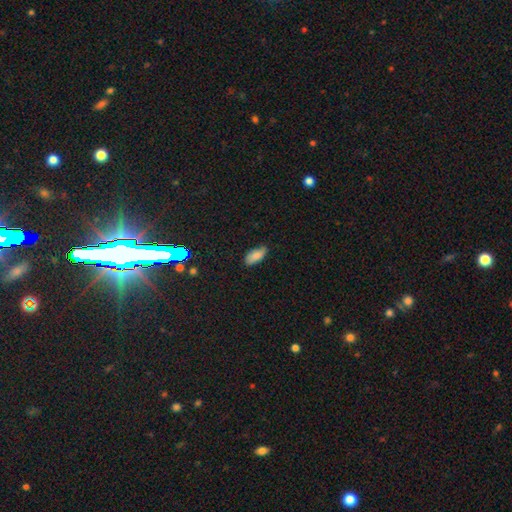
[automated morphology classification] The model was most divided on "merging": none: 78%, minor disturbance: 18%, major disturbance: 3%, merger: 1%. More confident: how rounded — in between (89%); smooth or featured — smooth (83%).